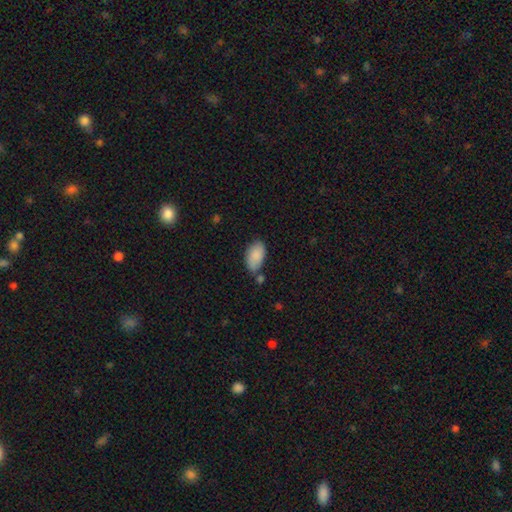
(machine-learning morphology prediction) smooth 87%, featured or disk 6%, star or artifact 6%. Down the decision tree: how rounded — in between (94%); merging — none (65%).